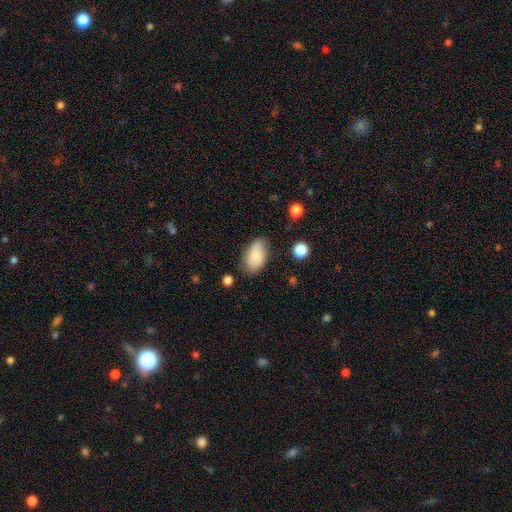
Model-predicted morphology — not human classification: Q: Smooth or featured?
A: smooth (76%); runner-up: featured or disk (16%)
Q: How rounded?
A: in between (94%); runner-up: round (4%)
Q: Merging?
A: none (69%); runner-up: minor disturbance (23%)